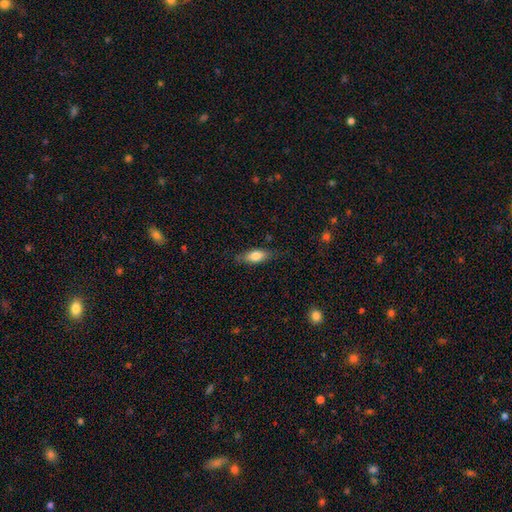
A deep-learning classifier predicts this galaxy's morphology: A smooth galaxy with no disk features (74%) that is in between round and cigar-shaped (72%).

Vote fractions:
- Smooth or featured? smooth: 74% / featured or disk: 19% / star or artifact: 7%
- How rounded? in between: 72% / cigar-shaped: 24% / round: 3%
- Merging? none: 79% / minor disturbance: 16% / major disturbance: 4% / merger: 1%